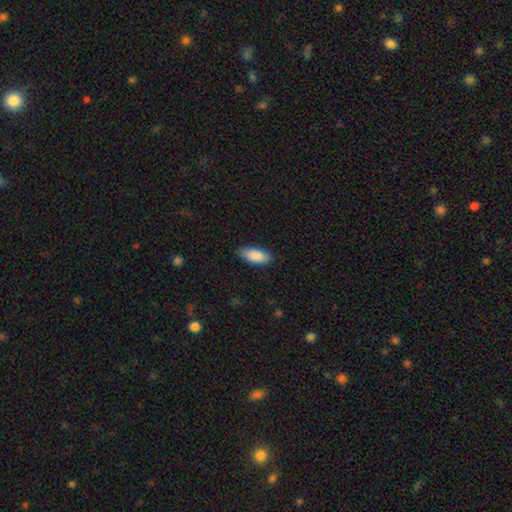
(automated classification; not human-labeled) The model was most divided on "how rounded": in between: 84%, cigar-shaped: 14%, round: 2%. More confident: smooth or featured — smooth (90%); merging — none (85%).